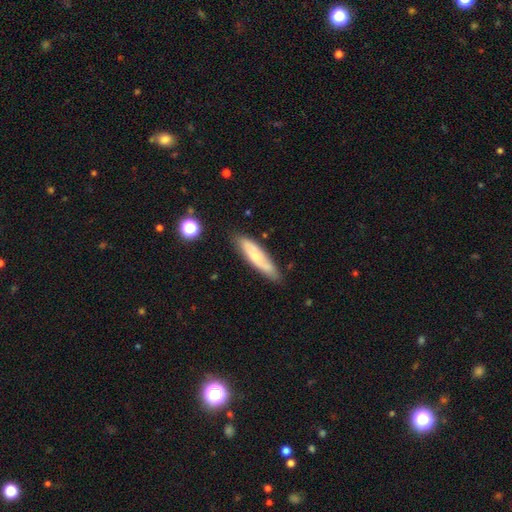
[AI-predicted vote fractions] smooth 52%, featured or disk 42%, star or artifact 7%. Down the decision tree: how rounded — cigar-shaped (71%); merging — none (79%).